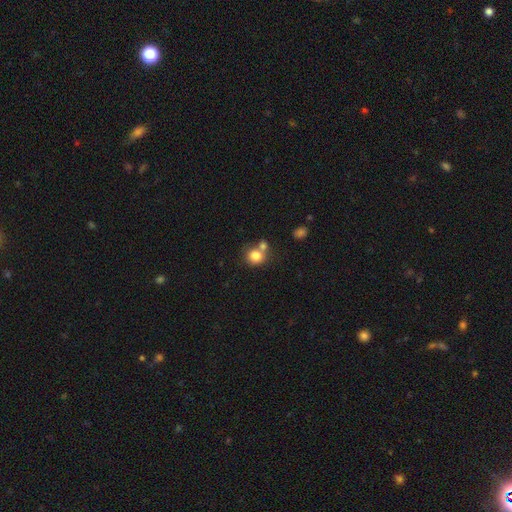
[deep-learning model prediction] smooth_or_featured: smooth (p=0.81) [alt: star or artifact p=0.10]
how_rounded: round (p=0.81) [alt: in between p=0.19]
merging: none (p=0.51) [alt: merger p=0.35]